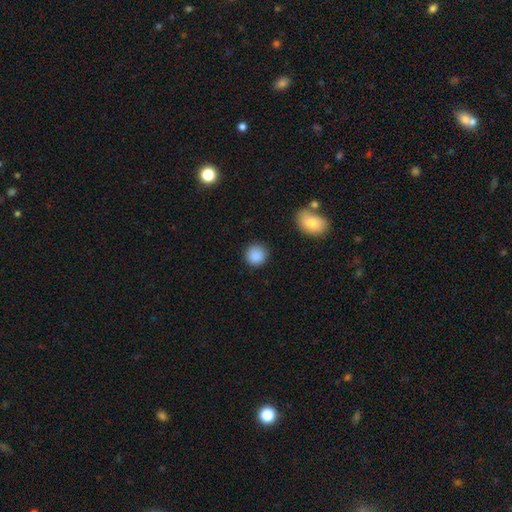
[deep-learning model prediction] Smooth or featured?
  - smooth: 89% *
  - star or artifact: 8%
  - featured or disk: 3%
How rounded?
  - round: 92% *
  - in between: 7%
  - cigar-shaped: 1%
Merging?
  - none: 89% *
  - minor disturbance: 7%
  - major disturbance: 2%
  - merger: 2%